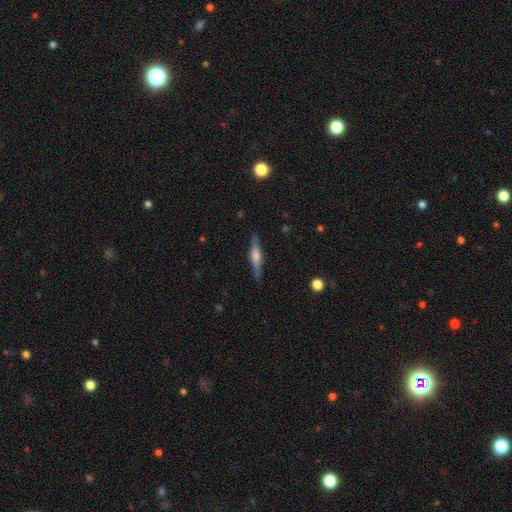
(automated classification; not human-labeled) A featured or disk galaxy (62%) viewed edge-on (96%) with a rounded central bulge (66%).

Vote fractions:
- Smooth or featured? featured or disk: 62% / smooth: 32% / star or artifact: 7%
- Edge-on disk? yes: 96% / no: 4%
- Edge-on bulge? rounded: 66% / boxy: 25% / none: 9%
- Merging? none: 87% / minor disturbance: 9% / major disturbance: 2% / merger: 1%